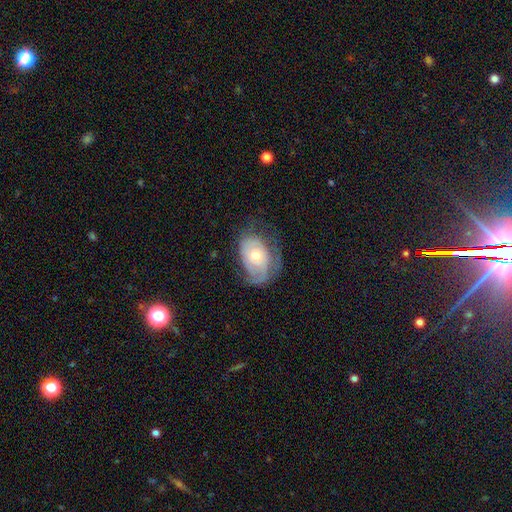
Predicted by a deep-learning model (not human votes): This appears to be a featured or disk galaxy (63%) with no bar (79%), spiral arms (76%) and a moderate central bulge (51%). Merging: none (50%).